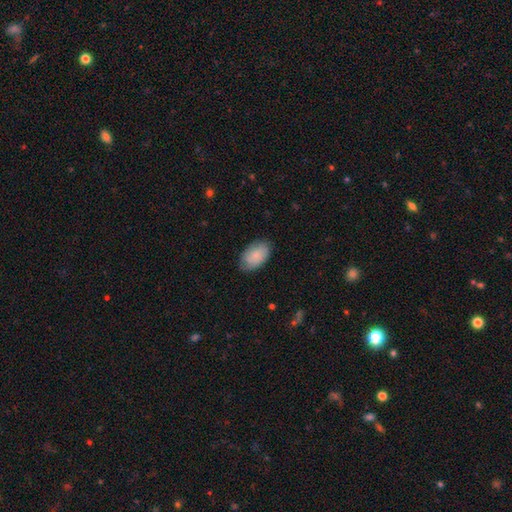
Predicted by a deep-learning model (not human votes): Smooth or featured: smooth — 84% (featured or disk — 10%)
How rounded: in between — 93% (round — 5%)
Merging: none — 80% (minor disturbance — 16%)